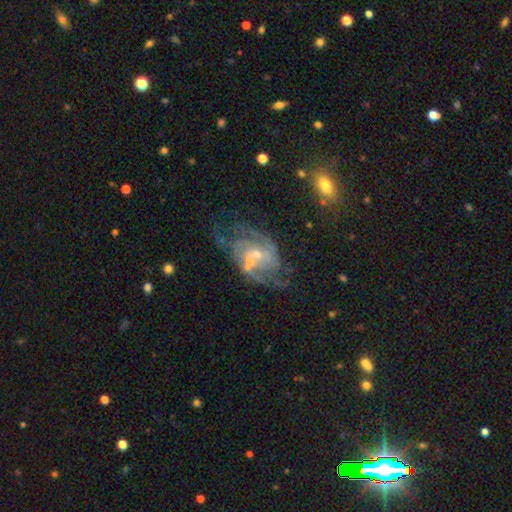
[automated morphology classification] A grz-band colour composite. It shows a featured or disk galaxy (86%) with no bar (52%), 2 (48%) medium (48%) spiral arms (95%) and a small central bulge (62%). Merging: none (52%).